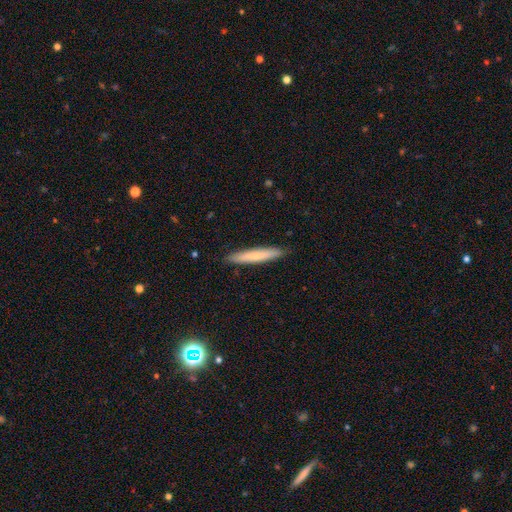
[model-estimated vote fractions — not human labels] Smooth or featured? smooth (65%)
How rounded? cigar-shaped (94%)
Merging? none (90%)